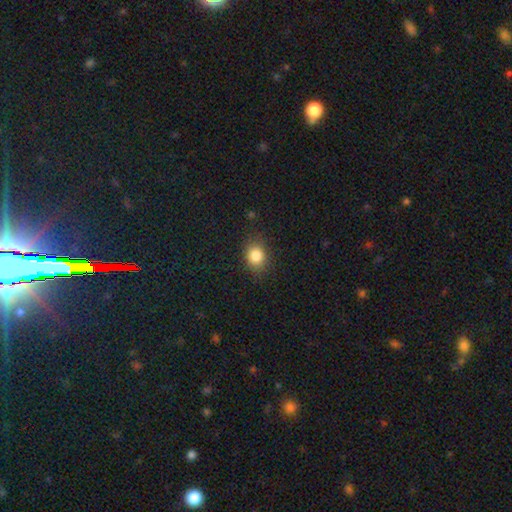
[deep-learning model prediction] Smooth or featured?
  - smooth: 85% *
  - star or artifact: 10%
  - featured or disk: 5%
How rounded?
  - round: 53% *
  - in between: 46%
  - cigar-shaped: 1%
Merging?
  - none: 82% *
  - minor disturbance: 13%
  - major disturbance: 4%
  - merger: 1%